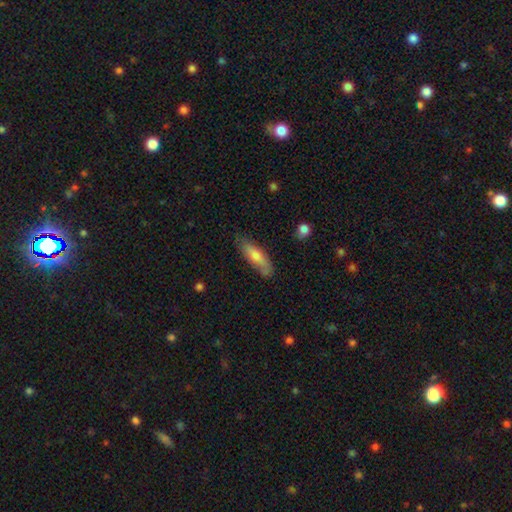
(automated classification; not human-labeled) The model was most divided on "how rounded": cigar-shaped: 54%, in between: 44%, round: 2%. More confident: merging — none (74%); smooth or featured — smooth (66%).